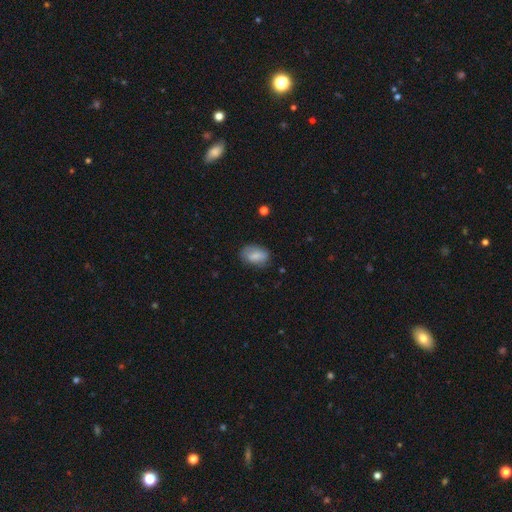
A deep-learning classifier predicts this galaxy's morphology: smooth 77%, featured or disk 15%, star or artifact 8%. Down the decision tree: how rounded — in between (87%); merging — none (73%).